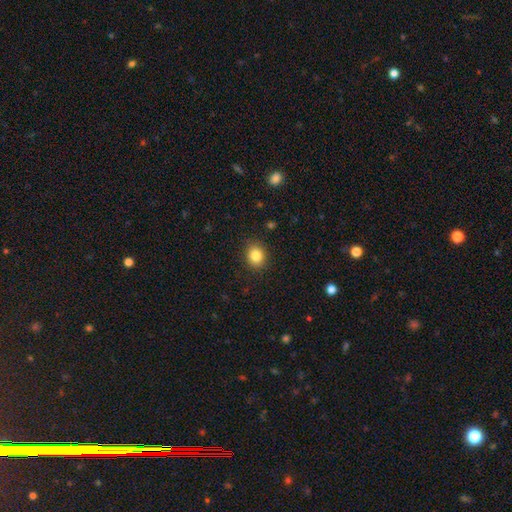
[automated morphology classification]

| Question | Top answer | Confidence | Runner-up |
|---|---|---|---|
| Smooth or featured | smooth | 84% | star or artifact (10%) |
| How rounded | round | 65% | in between (34%) |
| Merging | none | 89% | minor disturbance (8%) |